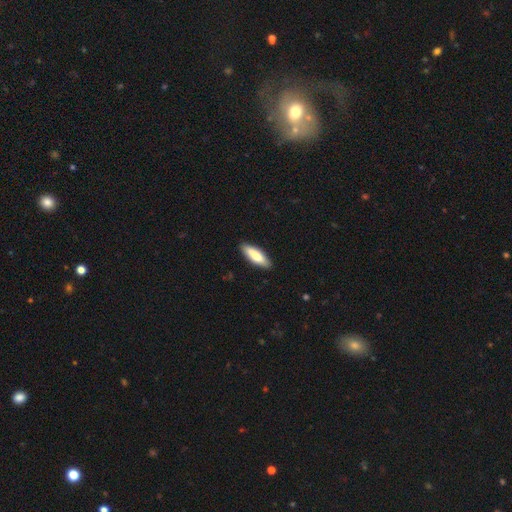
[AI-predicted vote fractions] smooth_or_featured: smooth (p=0.79) [alt: featured or disk p=0.16]
how_rounded: in between (p=0.51) [alt: cigar-shaped p=0.48]
merging: none (p=0.89) [alt: minor disturbance p=0.08]